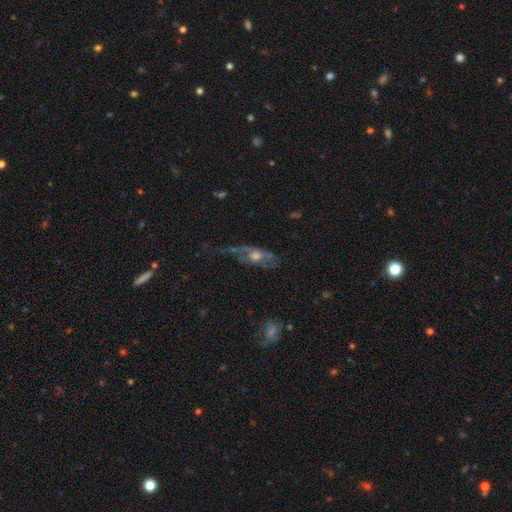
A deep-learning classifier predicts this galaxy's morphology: Smooth or featured? featured or disk (63%)
Edge-on disk? no (74%)
Merging? none (38%)